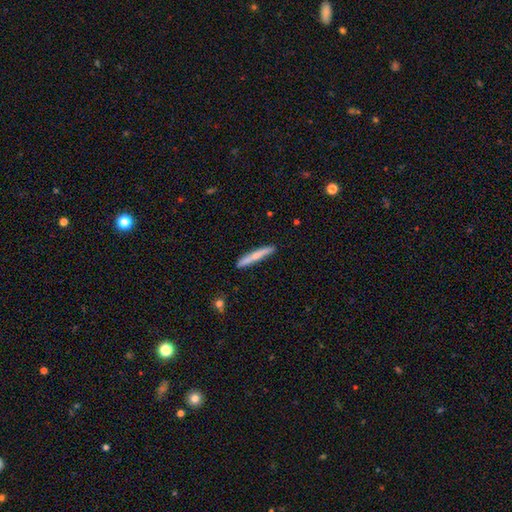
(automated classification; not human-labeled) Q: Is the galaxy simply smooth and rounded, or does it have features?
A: smooth — 58%.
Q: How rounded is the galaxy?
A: cigar-shaped — 94%.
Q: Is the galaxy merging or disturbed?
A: none — 85%.